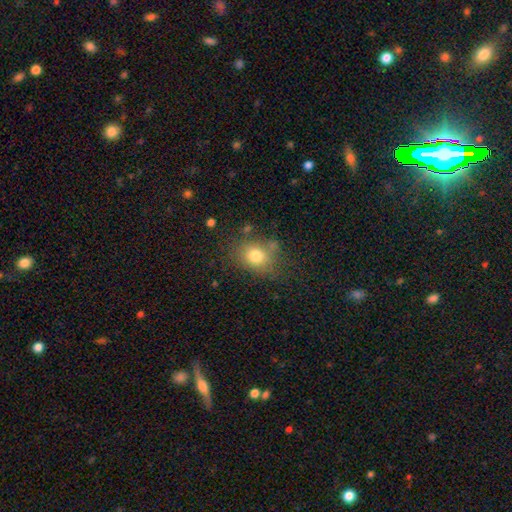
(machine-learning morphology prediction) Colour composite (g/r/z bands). It shows a smooth galaxy with no disk features (77%) that is round (57%). Merging: none (70%).